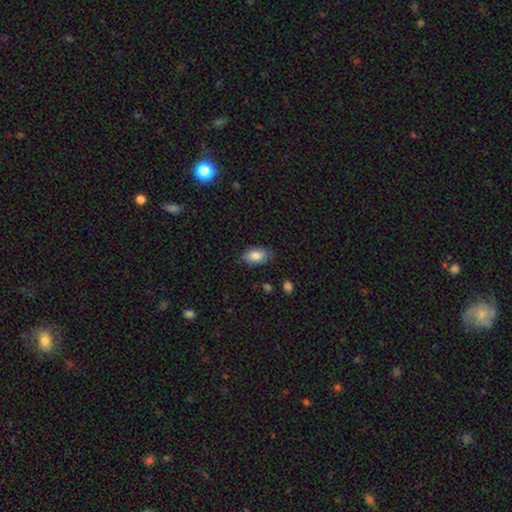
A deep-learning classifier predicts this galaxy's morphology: smooth_or_featured: smooth (p=0.85) [alt: featured or disk p=0.08]
how_rounded: in between (p=0.91) [alt: round p=0.07]
merging: none (p=0.80) [alt: minor disturbance p=0.15]